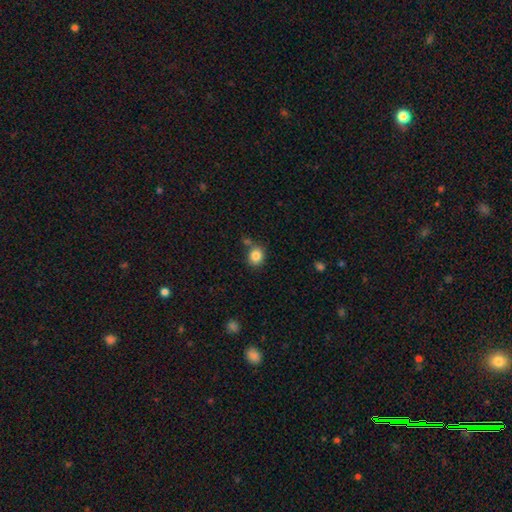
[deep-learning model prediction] smooth_or_featured: smooth (p=0.85) [alt: star or artifact p=0.10]
how_rounded: round (p=0.72) [alt: in between p=0.27]
merging: none (p=0.72) [alt: minor disturbance p=0.13]